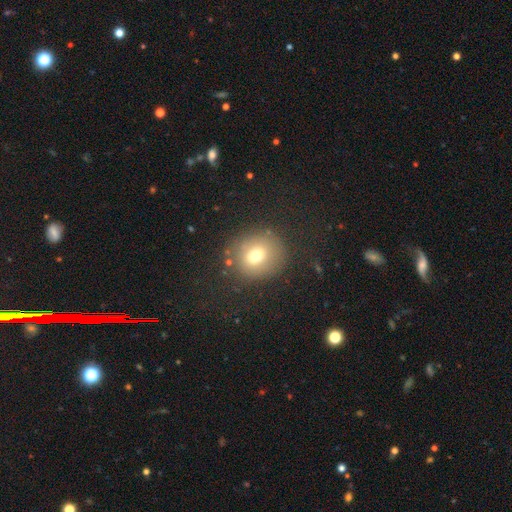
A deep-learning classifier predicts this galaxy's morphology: smooth 71%, star or artifact 15%, featured or disk 14%. Down the decision tree: how rounded — round (79%); merging — none (81%).